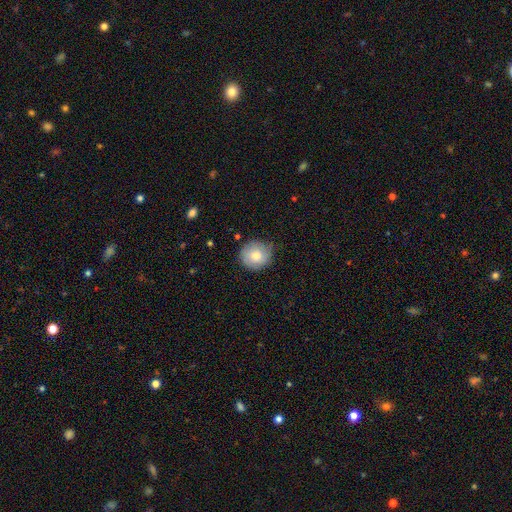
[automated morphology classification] Overall: smooth (74%). How rounded: round (90%). Merging: none (73%).